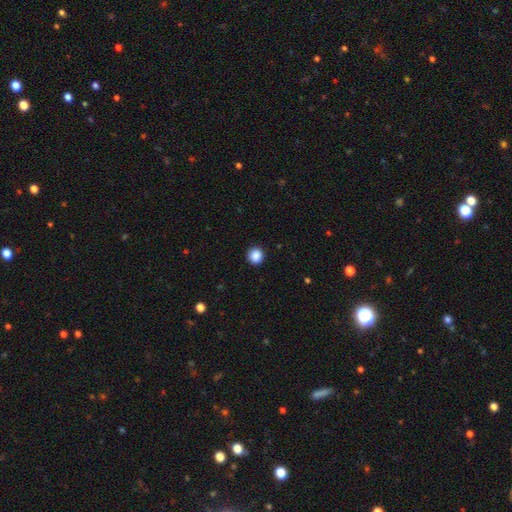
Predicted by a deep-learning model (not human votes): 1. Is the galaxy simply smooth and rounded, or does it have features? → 88% smooth, 9% star or artifact, 3% featured or disk.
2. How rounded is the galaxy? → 93% round, 6% in between, 1% cigar-shaped.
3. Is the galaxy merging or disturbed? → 92% none, 5% minor disturbance, 2% major disturbance, 1% merger.